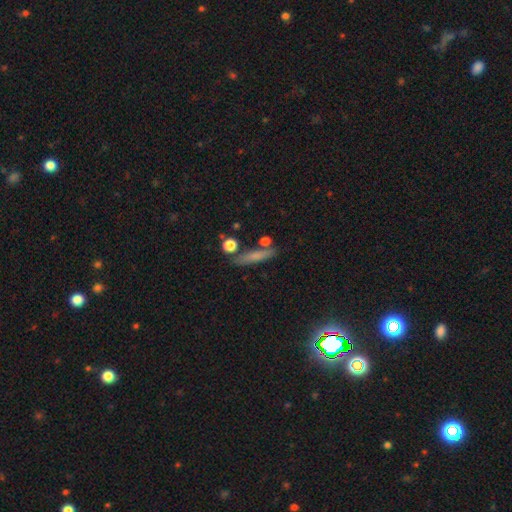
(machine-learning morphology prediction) type=smooth (64%); roundness=cigar-shaped (82%); merging=none (78%).